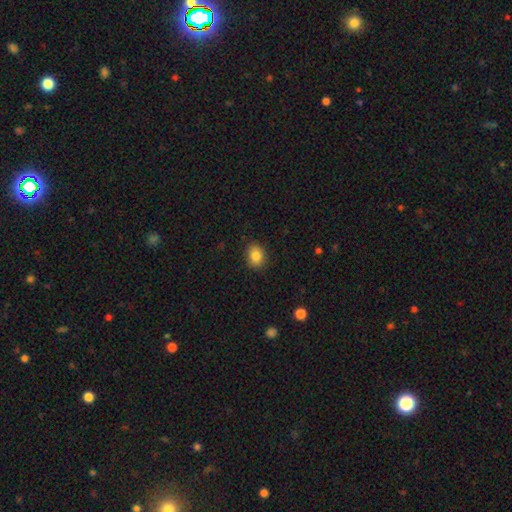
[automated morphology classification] Q: Smooth or featured?
A: smooth (85%); runner-up: star or artifact (9%)
Q: How rounded?
A: round (52%); runner-up: in between (47%)
Q: Merging?
A: none (87%); runner-up: minor disturbance (9%)